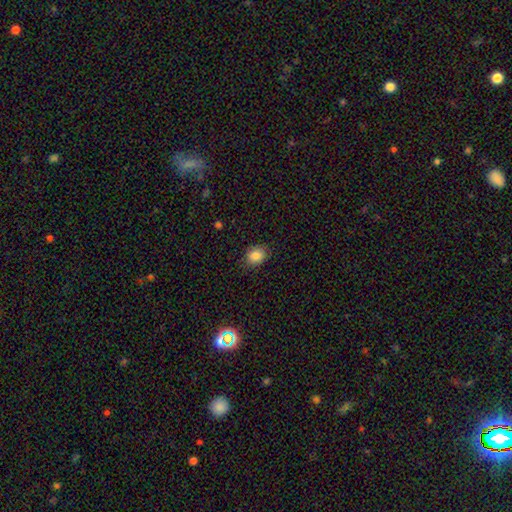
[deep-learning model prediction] This is clearly a smooth galaxy (84%). How rounded: possibly round (51%). Merging: clearly none (85%).